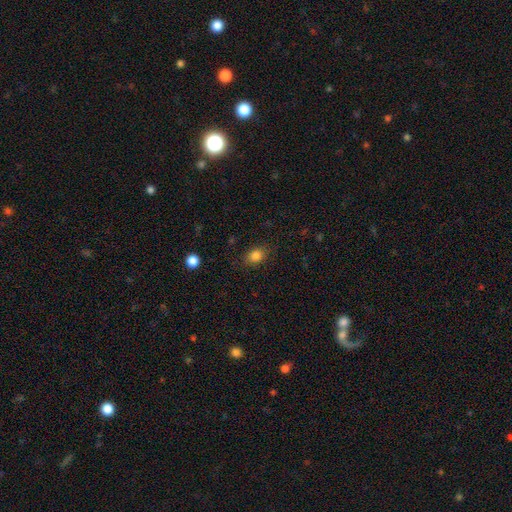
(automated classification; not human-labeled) Overall: smooth (83%). How rounded: in between (63%; round 36%). Merging: none (84%).